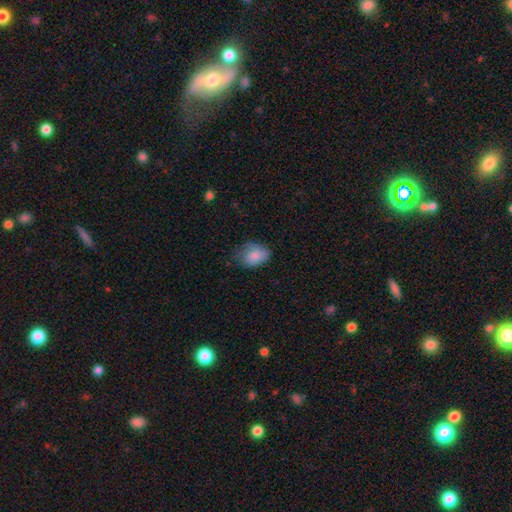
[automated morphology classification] Smooth or featured? smooth (82%)
How rounded? in between (77%)
Merging? none (54%)